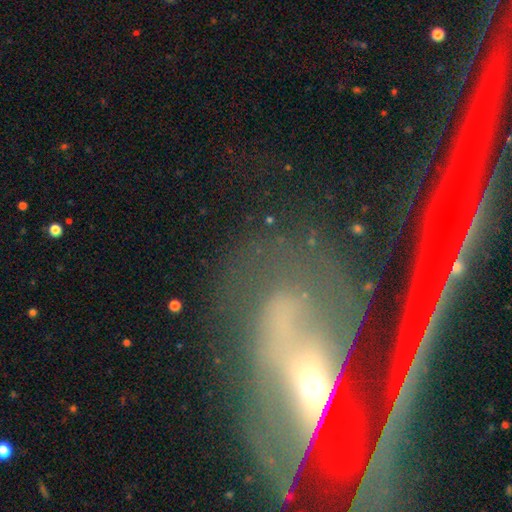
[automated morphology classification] Q: Smooth or featured?
A: featured or disk (60%); runner-up: star or artifact (21%)
Q: Edge-on disk?
A: no (77%); runner-up: yes (23%)
Q: Merging?
A: none (47%); runner-up: major disturbance (25%)